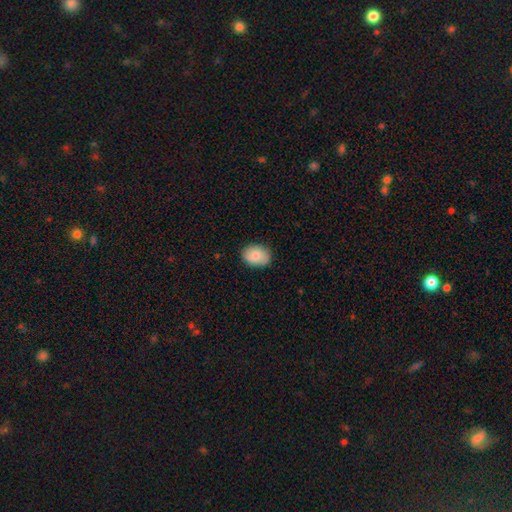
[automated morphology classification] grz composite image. It shows a smooth galaxy with no disk features (82%) that is in between round and cigar-shaped (70%). Merging: none (84%).